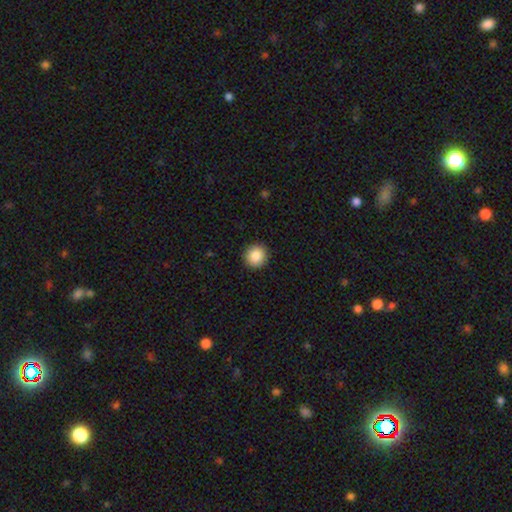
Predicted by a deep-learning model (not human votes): smooth-or-featured: smooth: 86% | star or artifact: 9% | featured or disk: 5%
  how-rounded: round: 92% | in between: 7% | cigar-shaped: 1%
  merging: none: 92% | minor disturbance: 5% | major disturbance: 2% | merger: 1%